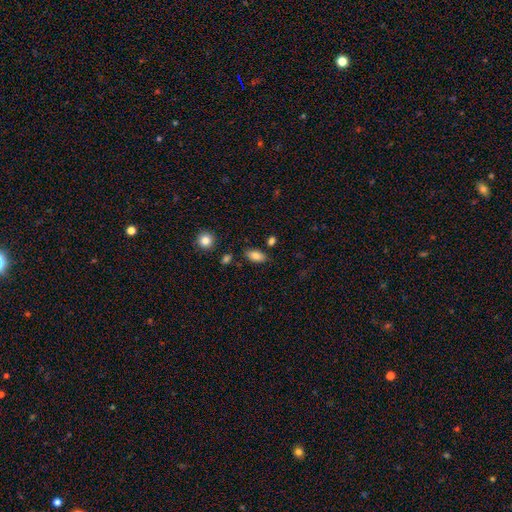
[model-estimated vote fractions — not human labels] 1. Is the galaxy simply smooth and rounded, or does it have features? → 82% smooth, 10% featured or disk, 8% star or artifact.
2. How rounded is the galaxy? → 90% in between, 6% cigar-shaped, 4% round.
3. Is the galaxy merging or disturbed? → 81% none, 12% minor disturbance, 4% merger, 3% major disturbance.